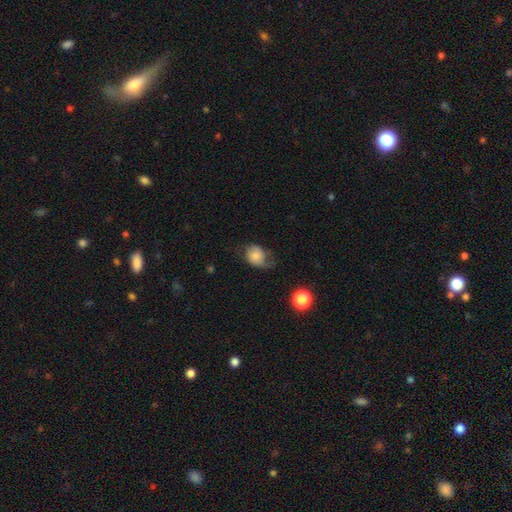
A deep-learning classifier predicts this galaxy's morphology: This appears to be a smooth galaxy with no disk features (67%) that is round (53%). Merging: none (43%).